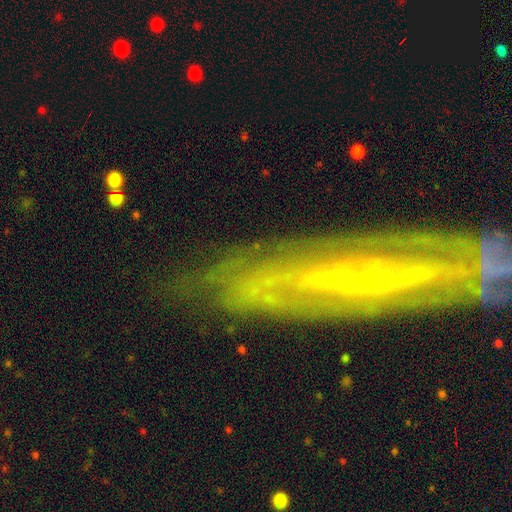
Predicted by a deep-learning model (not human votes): smooth_or_featured: featured or disk (p=0.84) [alt: smooth p=0.08]
disk_edge_on: no (p=0.66) [alt: yes p=0.34]
bar: strong (p=0.40) [alt: no p=0.33]
has_spiral_arms: yes (p=0.85) [alt: no p=0.15]
bulge_size: small (p=0.84) [alt: moderate p=0.11]
merging: none (p=0.74) [alt: minor disturbance p=0.16]